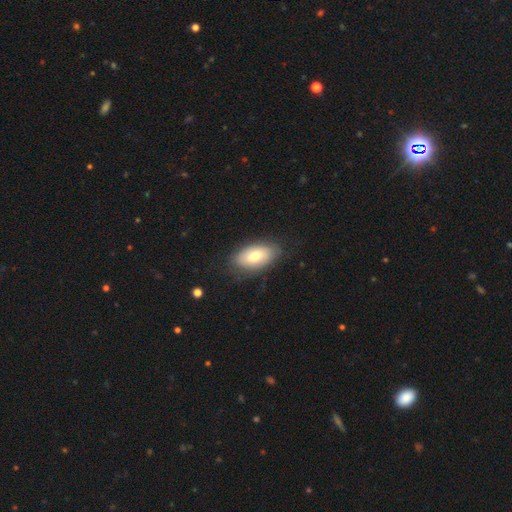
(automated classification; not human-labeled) The model was most divided on "smooth or featured": smooth: 66%, featured or disk: 27%, star or artifact: 6%. More confident: how rounded — in between (94%); merging — none (78%).